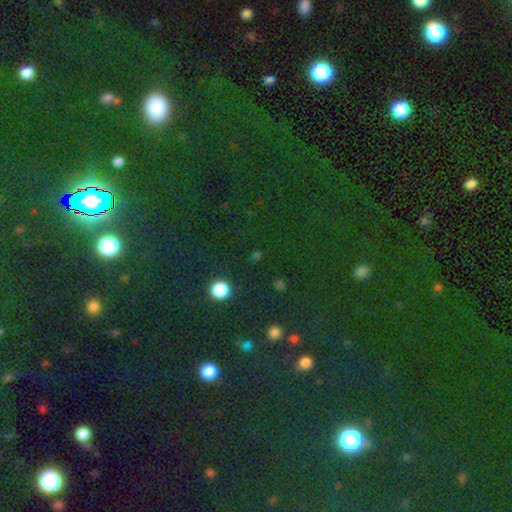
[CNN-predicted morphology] This appears to be a smooth galaxy with no disk features (53%) that is round (82%). Merging: none (88%).